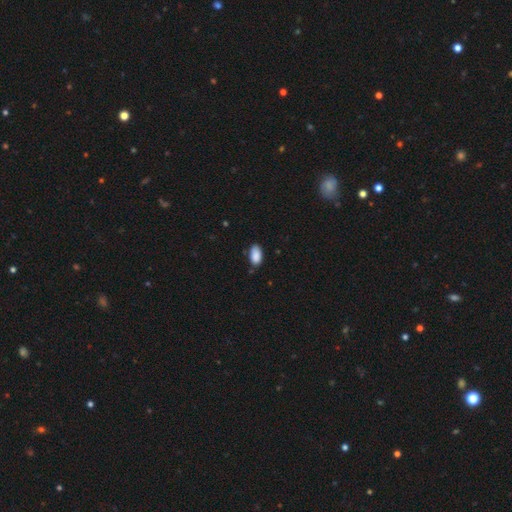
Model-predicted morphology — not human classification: A smooth galaxy with no disk features (89%) that is in between round and cigar-shaped (94%). Merging: none (75%).